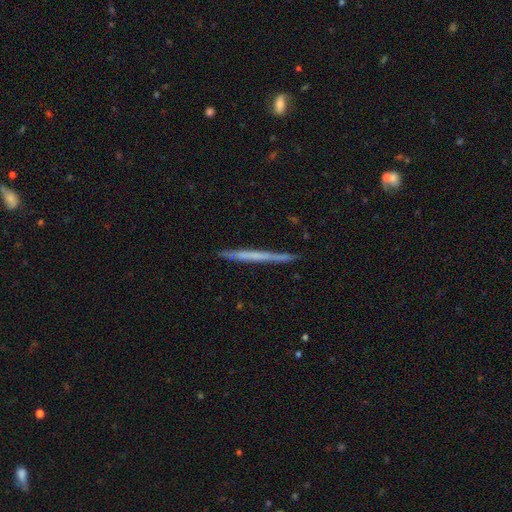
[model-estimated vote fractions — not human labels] Q: Smooth or featured?
A: featured or disk (50%); runner-up: smooth (45%)
Q: Merging?
A: none (90%); runner-up: minor disturbance (8%)